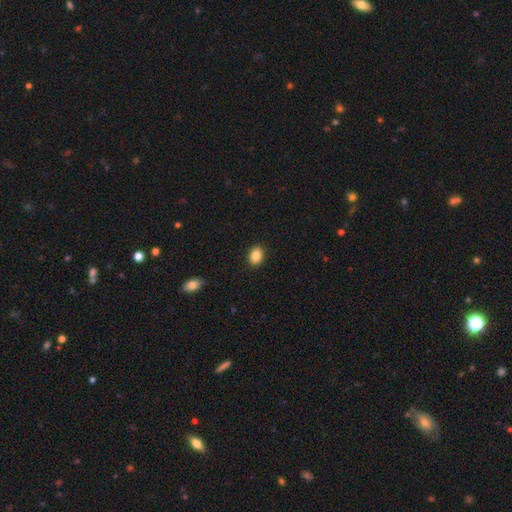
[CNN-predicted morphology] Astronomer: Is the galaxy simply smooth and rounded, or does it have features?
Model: smooth — 86%.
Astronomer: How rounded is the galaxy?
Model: in between — 67%.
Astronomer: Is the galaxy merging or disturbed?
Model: none — 90%.